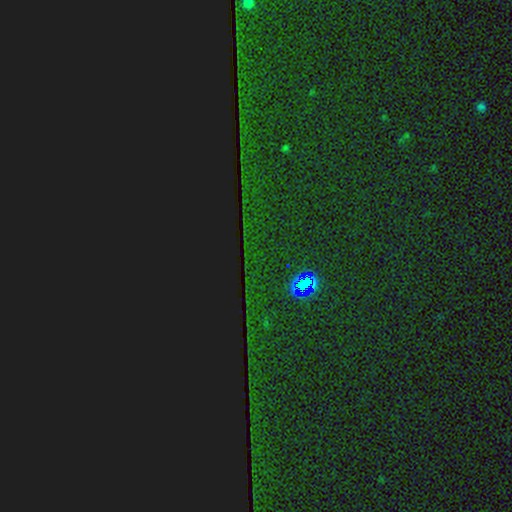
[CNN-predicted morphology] A star or artifact, not a galaxy (86%).